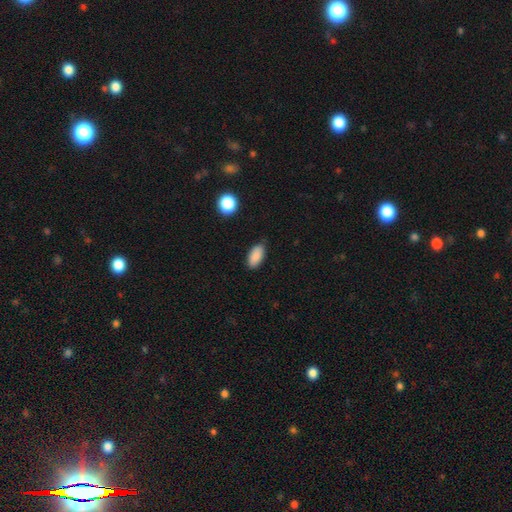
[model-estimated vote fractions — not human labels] This is clearly a smooth galaxy (88%). How rounded: clearly in between (92%). Merging: clearly none (81%).